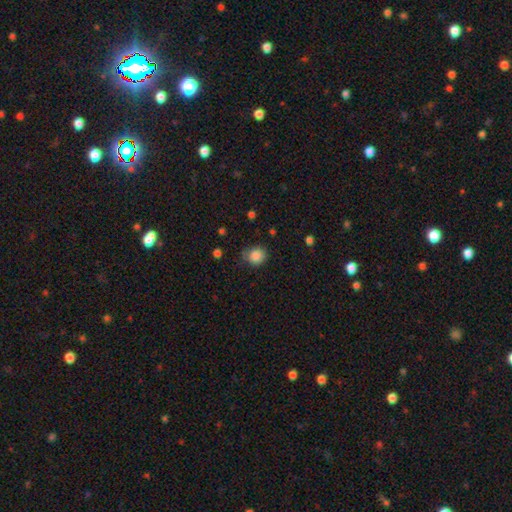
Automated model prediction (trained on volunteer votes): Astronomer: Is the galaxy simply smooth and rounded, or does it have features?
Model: smooth — 86%.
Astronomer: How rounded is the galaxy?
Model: round — 78%.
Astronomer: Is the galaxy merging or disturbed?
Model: none — 71%.